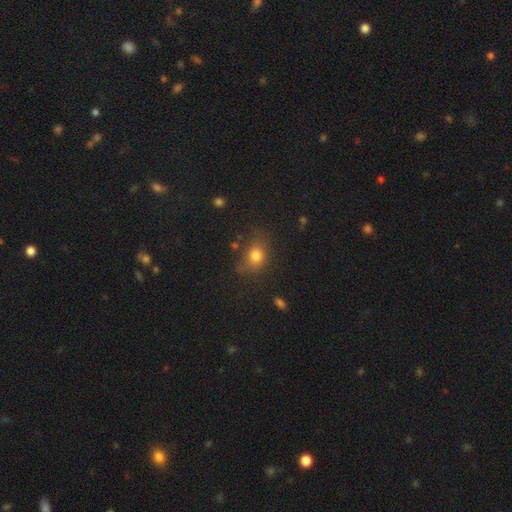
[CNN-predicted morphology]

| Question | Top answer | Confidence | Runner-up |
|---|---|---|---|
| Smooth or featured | smooth | 76% | star or artifact (14%) |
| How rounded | round | 50% | in between (48%) |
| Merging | none | 70% | minor disturbance (19%) |